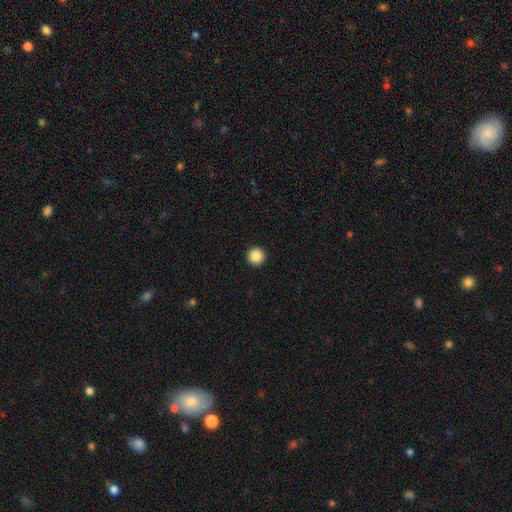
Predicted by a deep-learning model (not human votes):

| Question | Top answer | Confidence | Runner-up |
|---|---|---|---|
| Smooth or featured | smooth | 87% | star or artifact (9%) |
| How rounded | round | 96% | in between (3%) |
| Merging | none | 94% | minor disturbance (4%) |